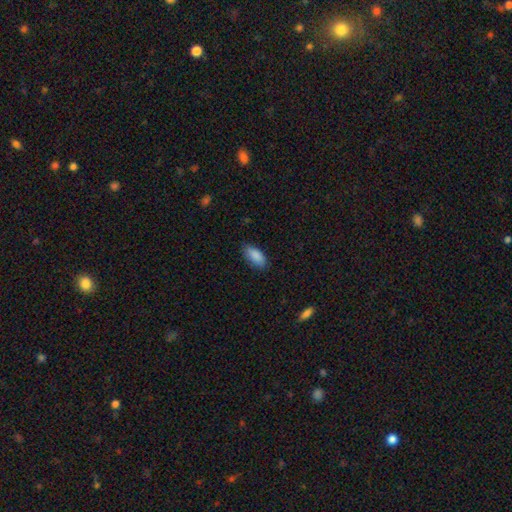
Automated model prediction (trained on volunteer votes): The model was most divided on "merging": none: 81%, minor disturbance: 16%, major disturbance: 3%, merger: 1%. More confident: how rounded — in between (89%); smooth or featured — smooth (89%).